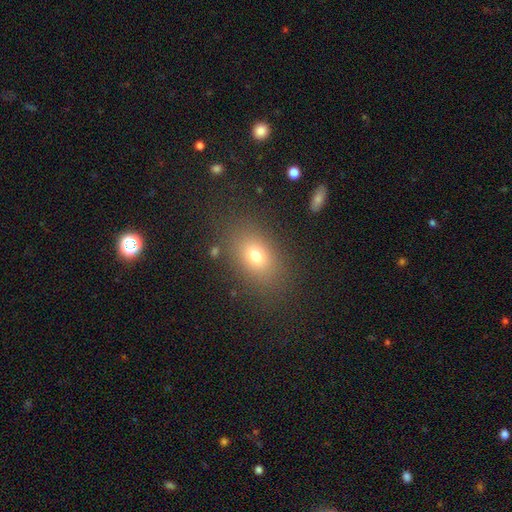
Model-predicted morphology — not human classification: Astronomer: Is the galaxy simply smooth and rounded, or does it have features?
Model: smooth — 72%.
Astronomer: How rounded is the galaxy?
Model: in between — 76%.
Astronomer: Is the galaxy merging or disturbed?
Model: none — 81%.